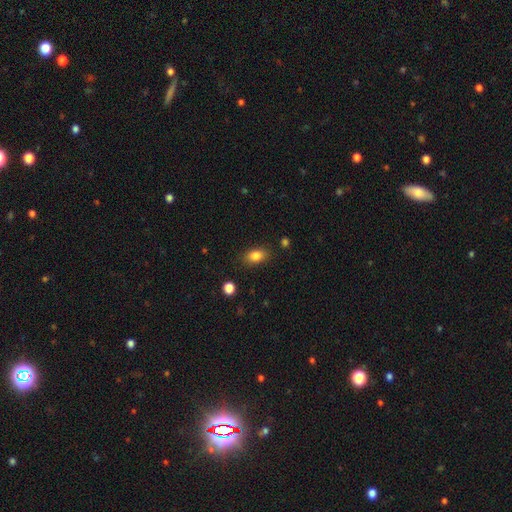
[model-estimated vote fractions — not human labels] Smooth or featured? smooth (84%)
How rounded? in between (84%)
Merging? none (85%)